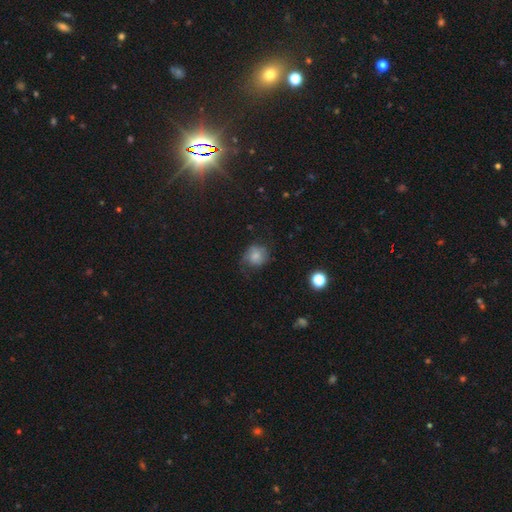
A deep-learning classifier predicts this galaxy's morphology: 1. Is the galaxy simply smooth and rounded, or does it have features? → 70% smooth, 19% featured or disk, 11% star or artifact.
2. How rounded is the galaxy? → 78% round, 21% in between, 1% cigar-shaped.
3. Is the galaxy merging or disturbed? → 59% none, 27% minor disturbance, 12% major disturbance, 2% merger.